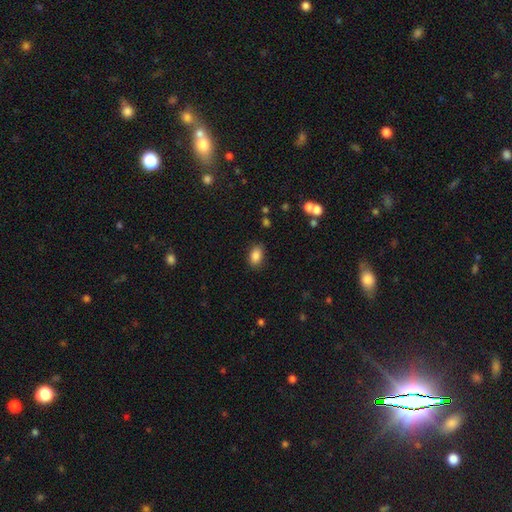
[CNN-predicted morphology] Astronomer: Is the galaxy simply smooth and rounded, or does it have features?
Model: smooth — 87%.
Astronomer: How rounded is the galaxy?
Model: in between — 88%.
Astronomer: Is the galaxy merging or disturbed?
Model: none — 85%.